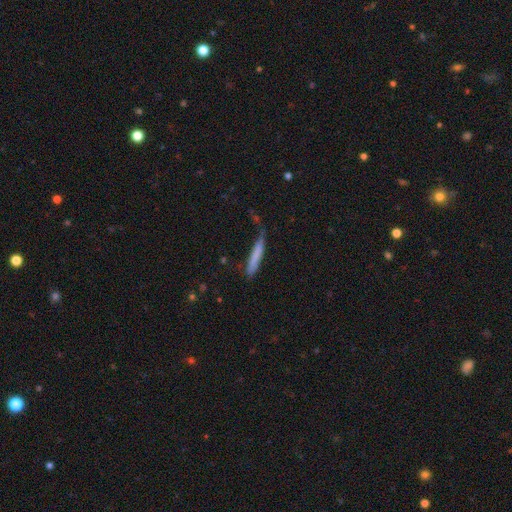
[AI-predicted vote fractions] smooth 71%, featured or disk 22%, star or artifact 7%. Down the decision tree: how rounded — cigar-shaped (93%); merging — none (56%).